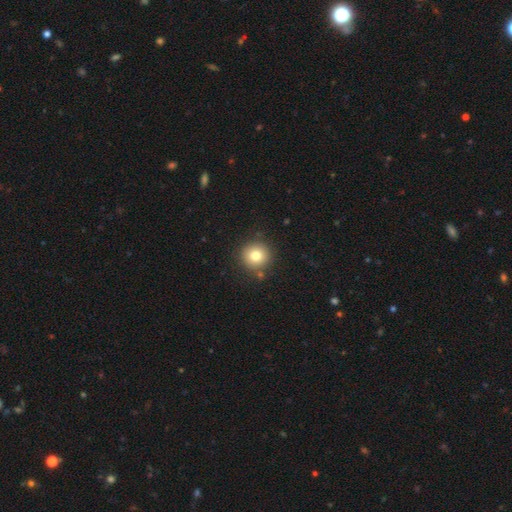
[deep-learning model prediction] Q: Smooth or featured?
A: smooth (79%); runner-up: star or artifact (12%)
Q: How rounded?
A: round (94%); runner-up: in between (5%)
Q: Merging?
A: none (86%); runner-up: minor disturbance (8%)